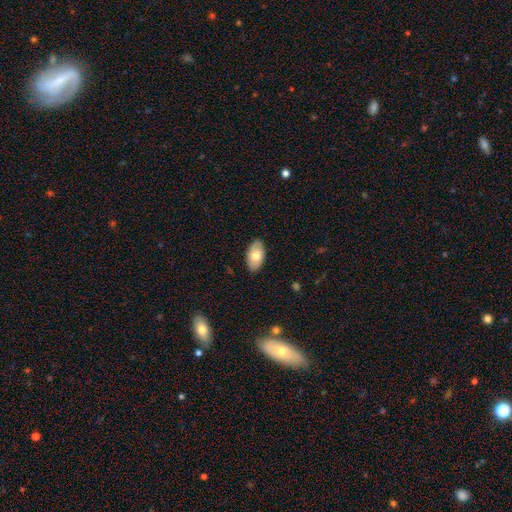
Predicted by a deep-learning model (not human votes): This appears to be a smooth galaxy with no disk features (74%) that is in between round and cigar-shaped (95%). Merging: none (87%).